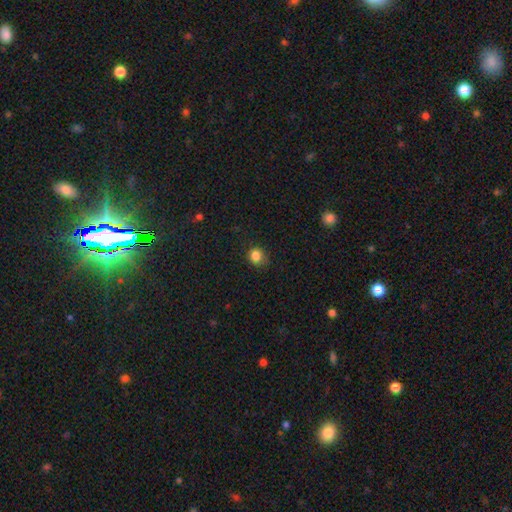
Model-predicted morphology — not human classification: The model was most divided on "how rounded": round: 79%, in between: 20%, cigar-shaped: 1%. More confident: smooth or featured — smooth (84%); merging — none (79%).